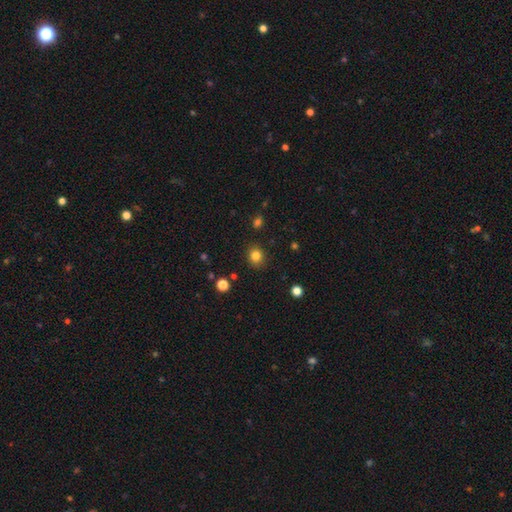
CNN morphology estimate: Smooth or featured?
  - smooth: 82% *
  - star or artifact: 13%
  - featured or disk: 5%
How rounded?
  - round: 80% *
  - in between: 19%
  - cigar-shaped: 1%
Merging?
  - none: 88% *
  - minor disturbance: 8%
  - major disturbance: 2%
  - merger: 2%